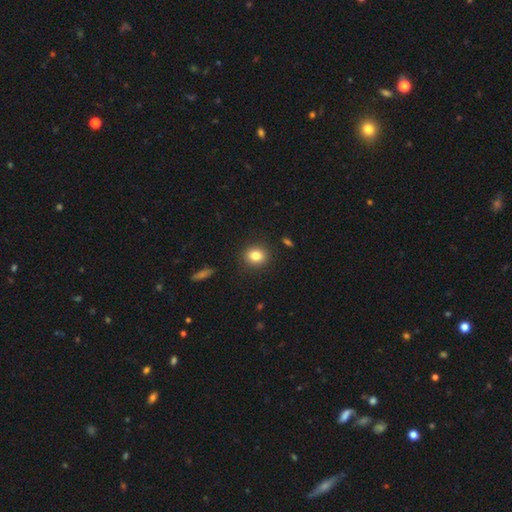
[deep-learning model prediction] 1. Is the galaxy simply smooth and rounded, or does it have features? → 82% smooth, 10% star or artifact, 7% featured or disk.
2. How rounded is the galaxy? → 73% round, 25% in between, 1% cigar-shaped.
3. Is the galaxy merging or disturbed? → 90% none, 7% minor disturbance, 2% major disturbance, 1% merger.